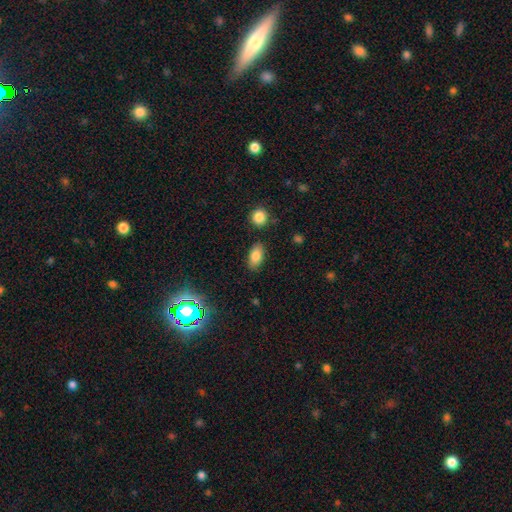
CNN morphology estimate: Smooth or featured: smooth — 82% (star or artifact — 9%)
How rounded: in between — 90% (round — 6%)
Merging: none — 84% (minor disturbance — 10%)